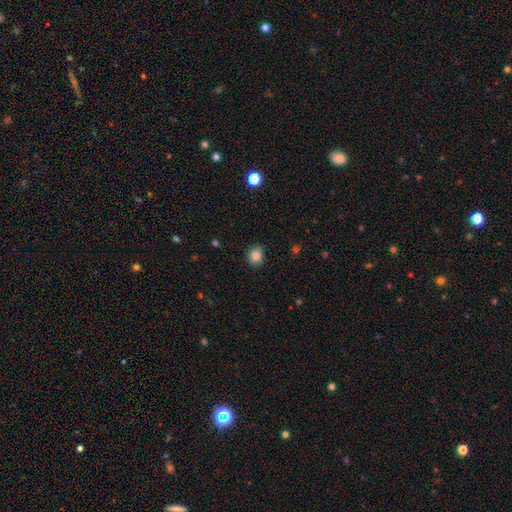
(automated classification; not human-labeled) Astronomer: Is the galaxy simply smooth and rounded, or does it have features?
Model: smooth — 84%.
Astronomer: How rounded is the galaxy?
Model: round — 70%.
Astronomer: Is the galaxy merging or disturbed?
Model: none — 89%.